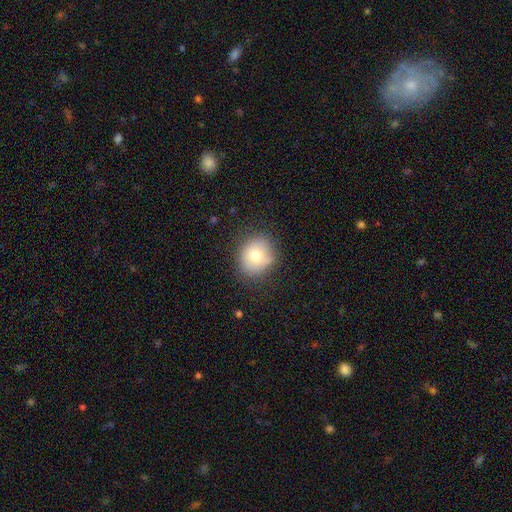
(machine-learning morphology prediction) type=smooth (75%); roundness=round (71%); merging=none (74%).